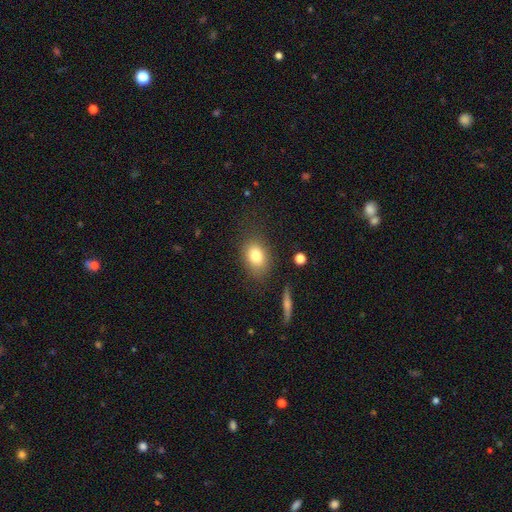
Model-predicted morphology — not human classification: Smooth or featured? Predicted: smooth (p=0.79). How rounded? Predicted: in between (p=0.72). Merging? Predicted: none (p=0.78).